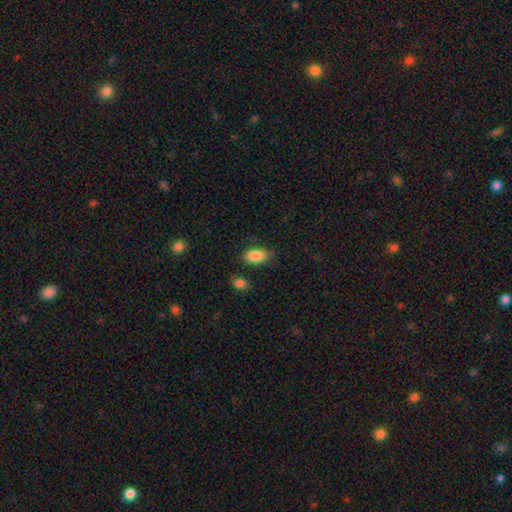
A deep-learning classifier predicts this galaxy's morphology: Overall: smooth (87%). How rounded: in between (92%). Merging: none (78%).